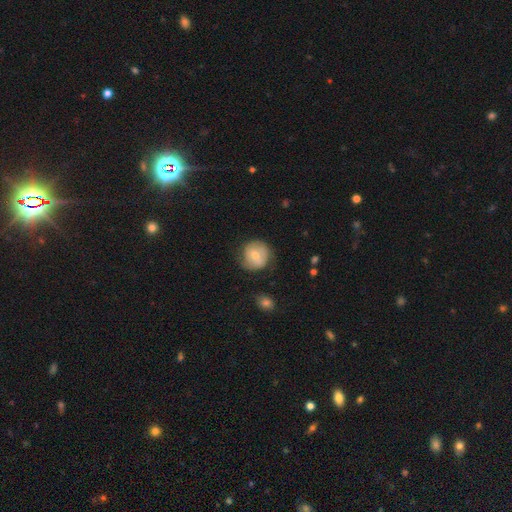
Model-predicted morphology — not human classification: A smooth galaxy with no disk features (57%) that is round (88%).

Vote fractions:
- Smooth or featured? smooth: 57% / featured or disk: 36% / star or artifact: 8%
- How rounded? round: 88% / in between: 11% / cigar-shaped: 1%
- Merging? none: 69% / minor disturbance: 21% / major disturbance: 7% / merger: 2%